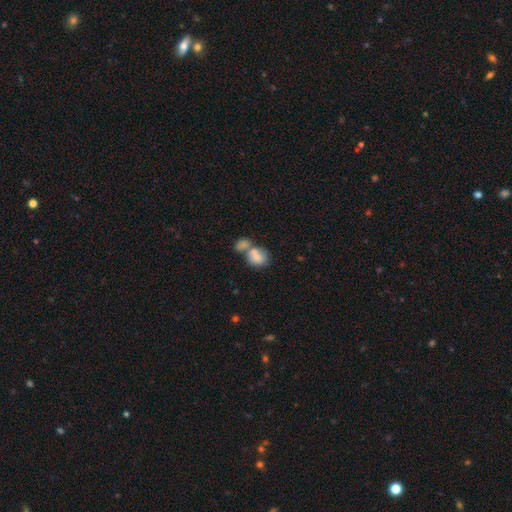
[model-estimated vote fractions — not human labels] Smooth or featured?
  - smooth: 75% *
  - featured or disk: 17%
  - star or artifact: 8%
How rounded?
  - in between: 52% *
  - round: 47%
  - cigar-shaped: 1%
Merging?
  - merger: 63% *
  - none: 24%
  - minor disturbance: 9%
  - major disturbance: 5%